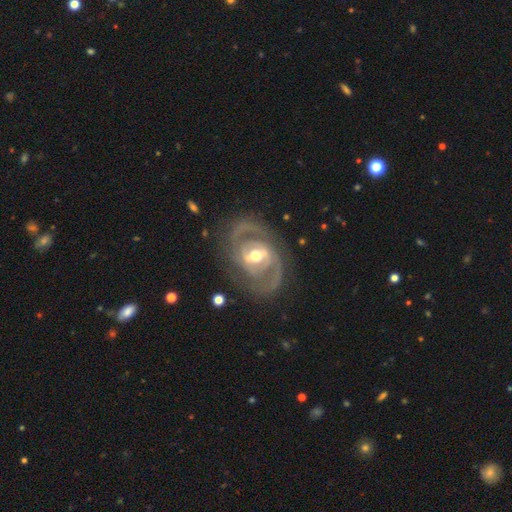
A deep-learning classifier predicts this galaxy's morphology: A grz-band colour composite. It shows a featured or disk galaxy (89%) with a weak bar (43%), 2 (81%) medium (50%) spiral arms (93%) and a moderate central bulge (70%). Merging: none (75%).